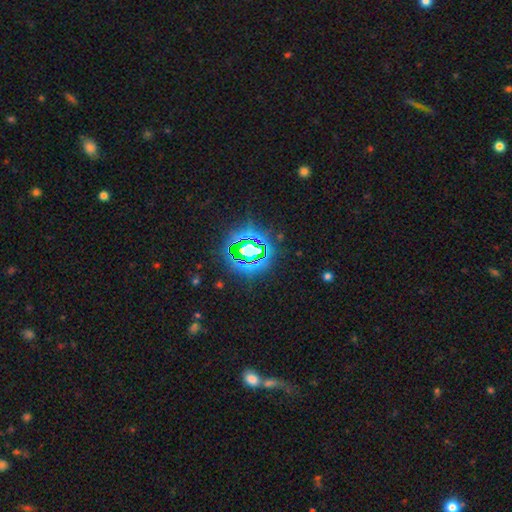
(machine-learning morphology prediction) star or artifact 78%, smooth 12%, featured or disk 9%.